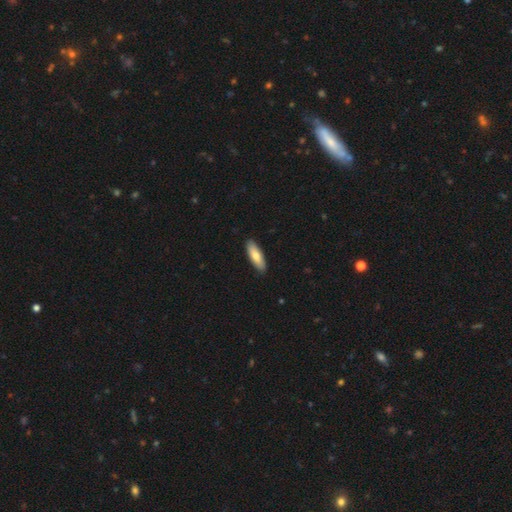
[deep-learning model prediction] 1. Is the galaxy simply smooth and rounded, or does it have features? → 75% smooth, 19% featured or disk, 5% star or artifact.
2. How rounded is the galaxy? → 57% in between, 41% cigar-shaped, 2% round.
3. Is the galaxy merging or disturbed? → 90% none, 8% minor disturbance, 1% major disturbance, 1% merger.